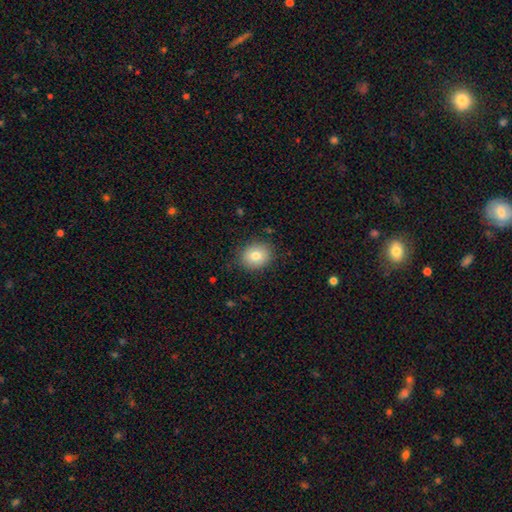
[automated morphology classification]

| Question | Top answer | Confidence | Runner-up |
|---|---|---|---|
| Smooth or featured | smooth | 81% | featured or disk (10%) |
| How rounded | round | 62% | in between (37%) |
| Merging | none | 87% | minor disturbance (10%) |